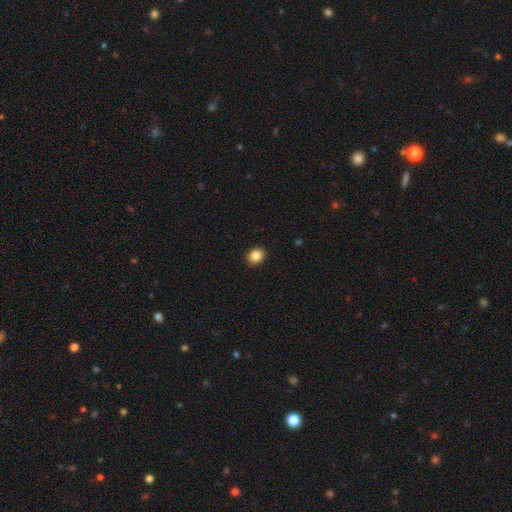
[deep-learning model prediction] Q: Smooth or featured?
A: smooth (86%); runner-up: star or artifact (10%)
Q: How rounded?
A: round (62%); runner-up: in between (37%)
Q: Merging?
A: none (90%); runner-up: minor disturbance (7%)